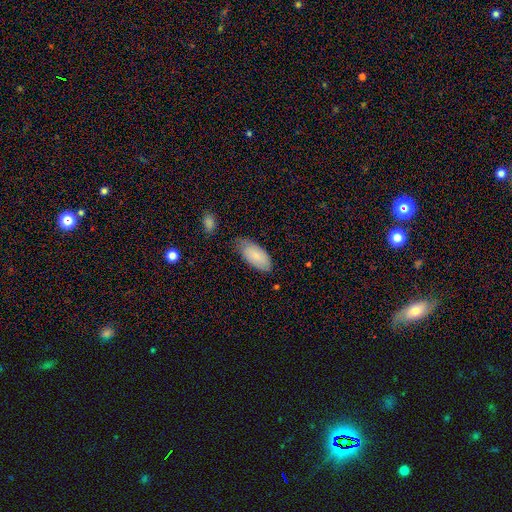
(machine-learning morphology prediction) Smooth or featured: smooth — 82% (featured or disk — 12%)
How rounded: in between — 92% (cigar-shaped — 6%)
Merging: none — 60% (minor disturbance — 31%)